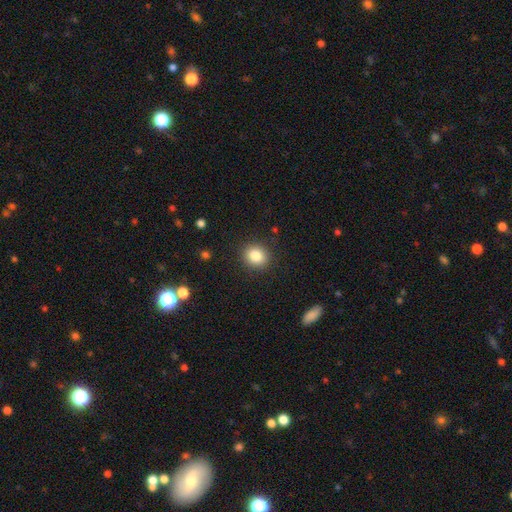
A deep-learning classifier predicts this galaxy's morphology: smooth_or_featured: smooth (p=0.84) [alt: star or artifact p=0.10]
how_rounded: round (p=0.76) [alt: in between p=0.23]
merging: none (p=0.89) [alt: minor disturbance p=0.07]